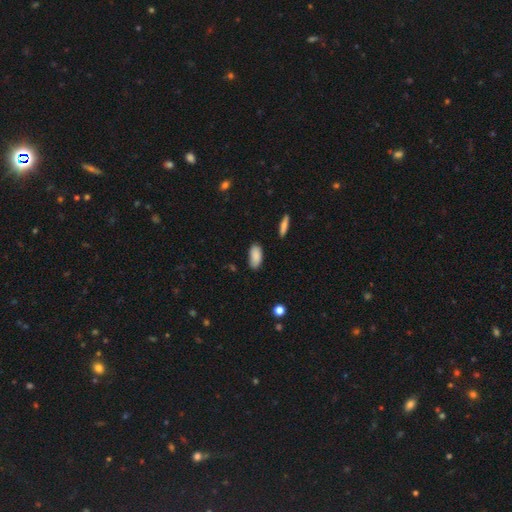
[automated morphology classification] Smooth or featured: smooth — 88% (star or artifact — 7%)
How rounded: in between — 90% (cigar-shaped — 8%)
Merging: none — 82% (minor disturbance — 14%)